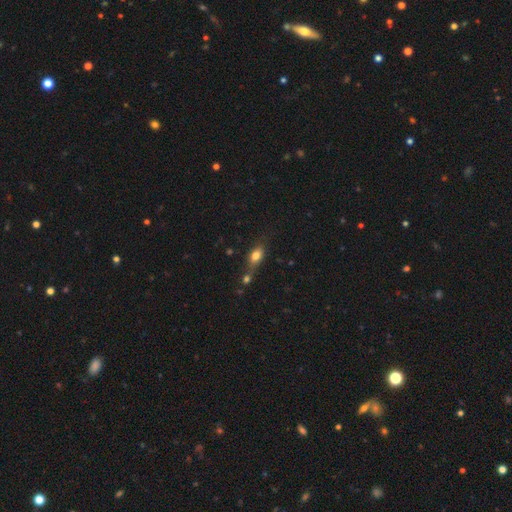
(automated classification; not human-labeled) Morphology: type=smooth (77%); roundness=in between (76%); merging=none (44%).